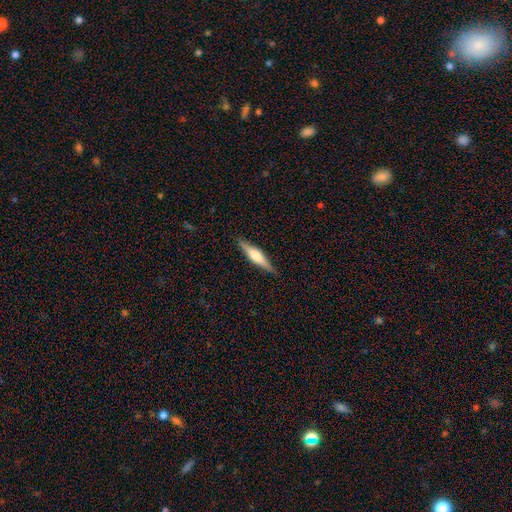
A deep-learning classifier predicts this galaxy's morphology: This appears to be a featured or disk galaxy (62%) viewed edge-on (97%) with a rounded central bulge (74%). Merging: none (90%).